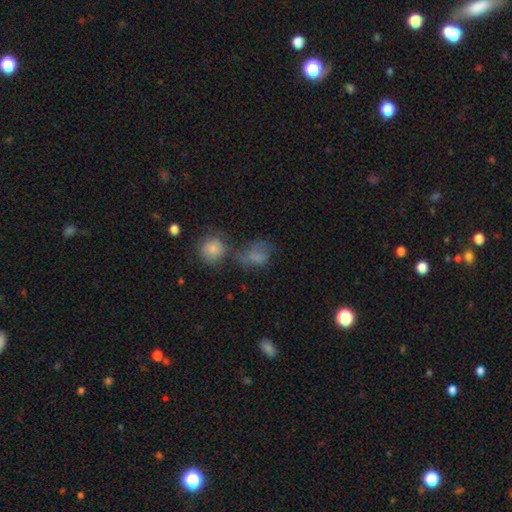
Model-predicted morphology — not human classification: This appears to be a smooth galaxy with no disk features (68%) that is in between round and cigar-shaped (58%). Merging: merger (33%).